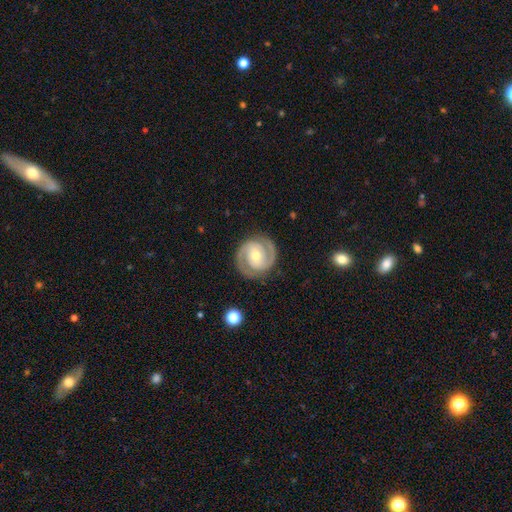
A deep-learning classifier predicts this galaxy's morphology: Overall: featured or disk (90%). Edge-on disk: no (98%). Bar: no (43%; weak 39%). Spiral arms: yes (98%). Spiral arm count: 2 (93%). Spiral winding: tight (57%; medium 38%). Bulge size: moderate (61%; small 34%). Merging: none (87%).